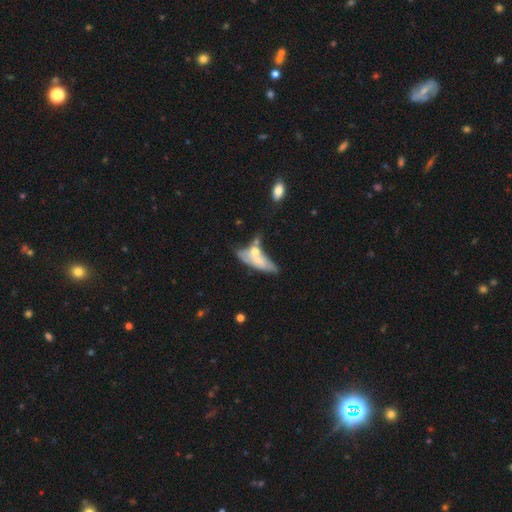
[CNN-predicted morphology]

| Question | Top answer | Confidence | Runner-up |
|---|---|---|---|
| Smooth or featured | smooth | 51% | featured or disk (43%) |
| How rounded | in between | 71% | cigar-shaped (26%) |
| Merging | merger | 38% | none (28%) |